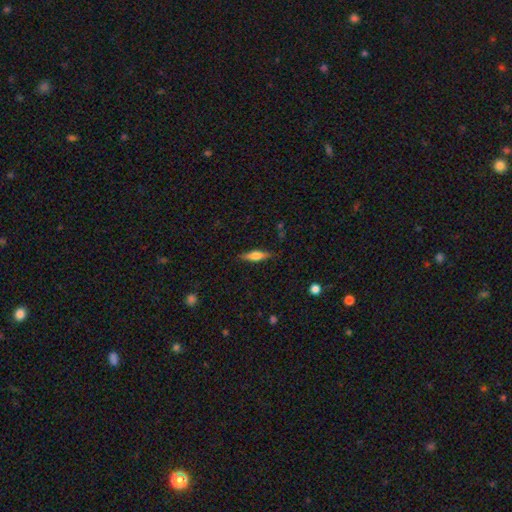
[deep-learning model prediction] Smooth or featured? smooth (56%)
How rounded? cigar-shaped (60%)
Merging? none (84%)